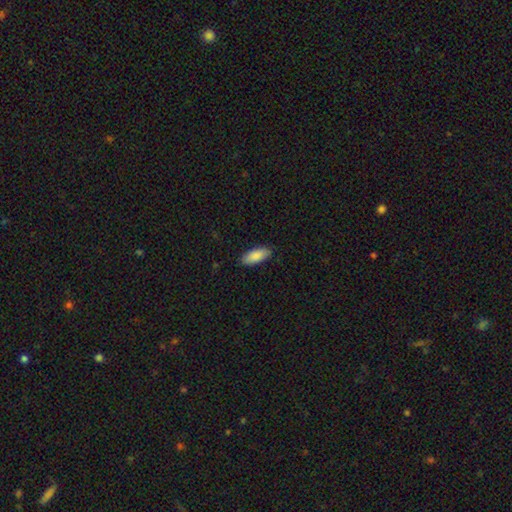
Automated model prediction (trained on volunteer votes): Overall: smooth (89%). How rounded: in between (81%). Merging: none (87%).